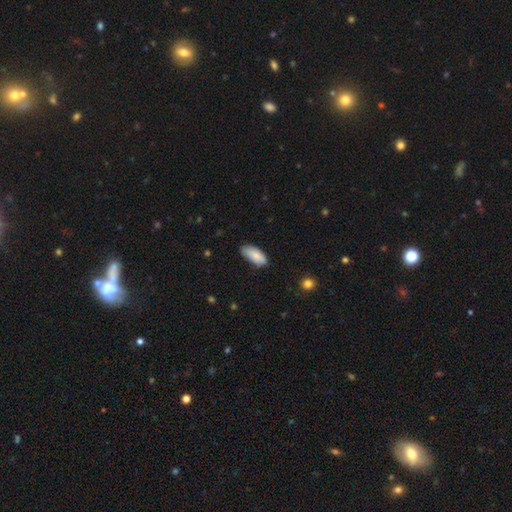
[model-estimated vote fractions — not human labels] This is clearly a smooth galaxy (85%). How rounded: clearly in between (88%). Merging: likely none (76%).